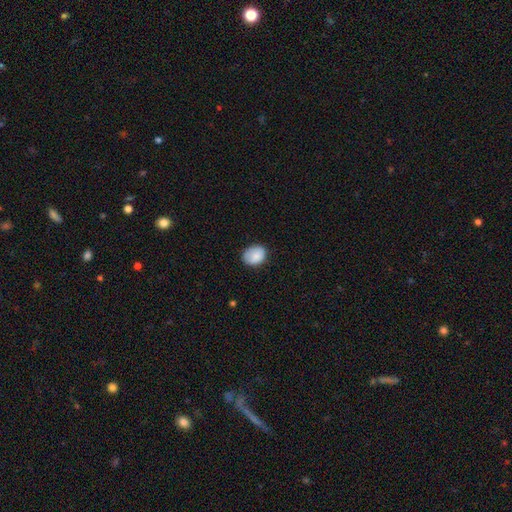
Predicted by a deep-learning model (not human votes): A smooth galaxy with no disk features (85%) that is in between round and cigar-shaped (61%). Merging: none (71%).